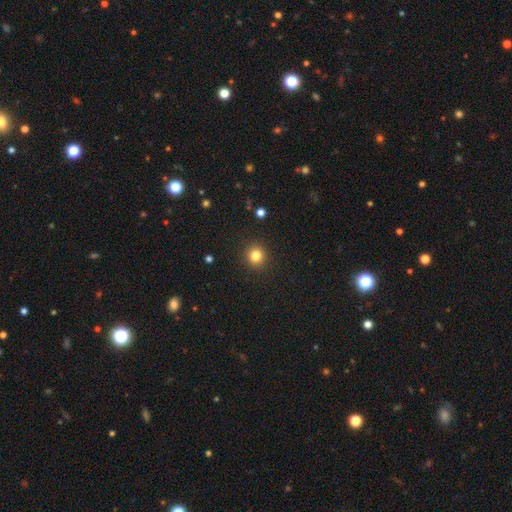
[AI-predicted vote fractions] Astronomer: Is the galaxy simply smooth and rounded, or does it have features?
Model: smooth — 82%.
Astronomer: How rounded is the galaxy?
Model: round — 92%.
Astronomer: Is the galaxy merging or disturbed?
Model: none — 92%.